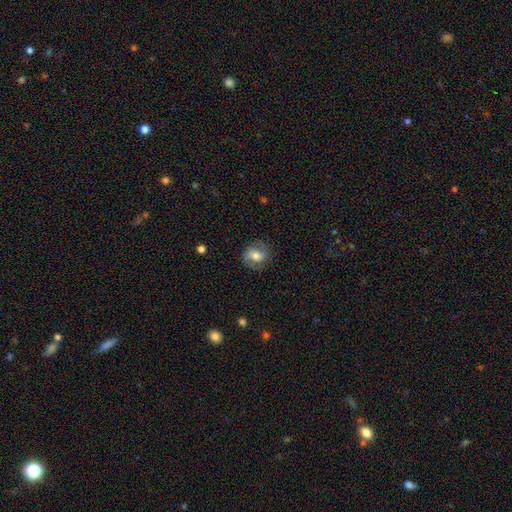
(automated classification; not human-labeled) This appears to be a featured or disk galaxy (56%) with a weak bar (42%), spiral arms (85%) and a moderate central bulge (67%). Merging: none (82%).